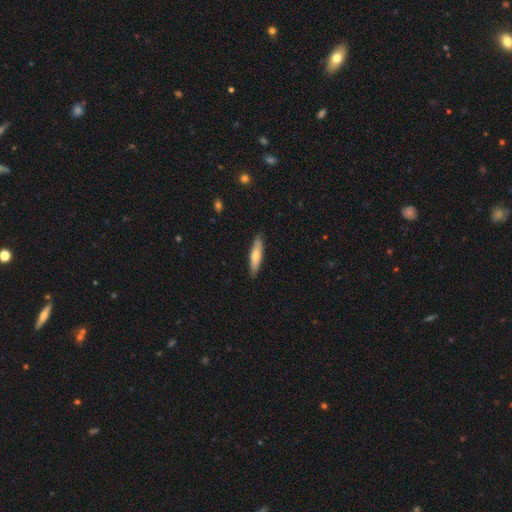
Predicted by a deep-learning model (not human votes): Morphology: type=smooth (65%); roundness=cigar-shaped (74%); merging=none (86%).